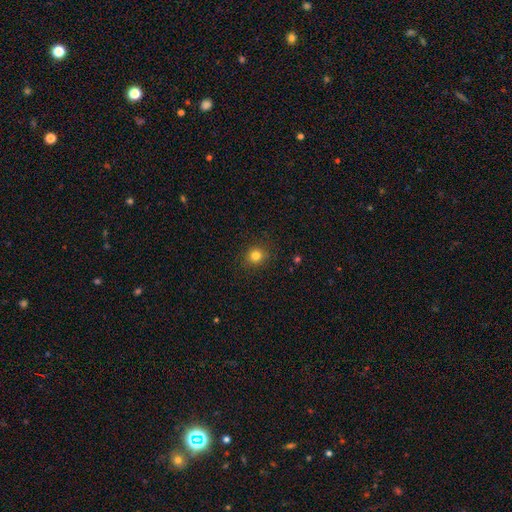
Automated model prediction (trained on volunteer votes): Morphology: type=smooth (81%); roundness=round (86%); merging=none (89%).